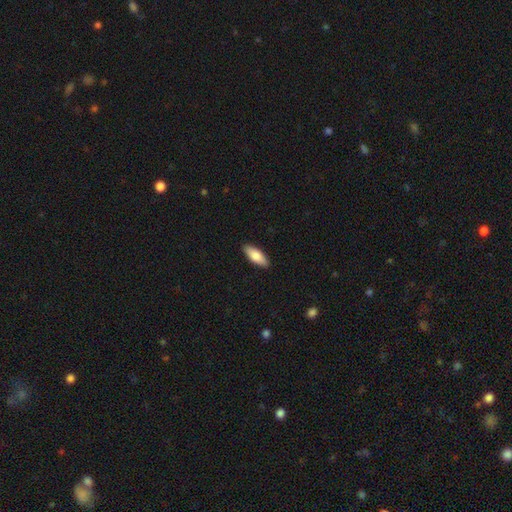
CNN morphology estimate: The model was most divided on "how rounded": in between: 72%, cigar-shaped: 26%, round: 2%. More confident: merging — none (90%); smooth or featured — smooth (80%).